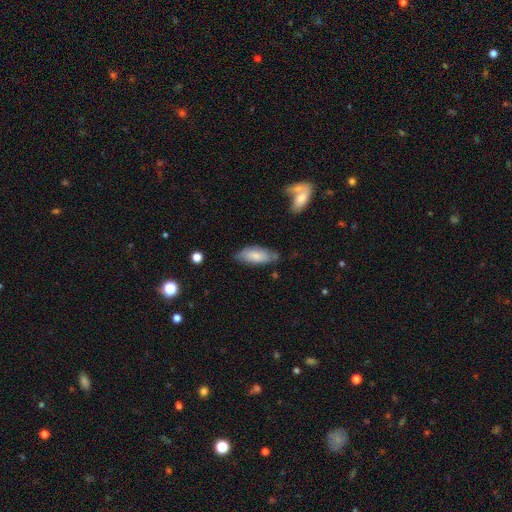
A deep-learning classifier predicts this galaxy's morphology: Overall: smooth (76%). How rounded: in between (81%). Merging: none (67%).